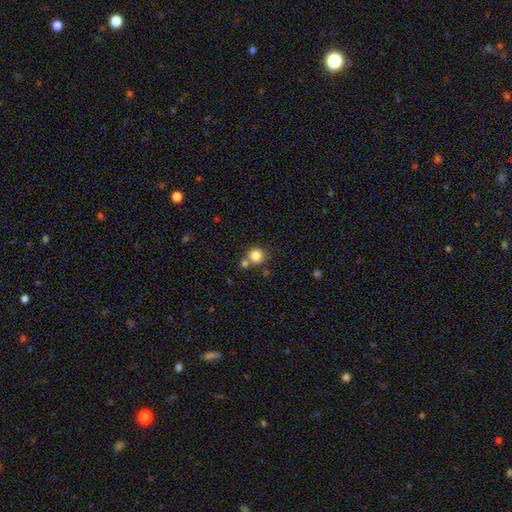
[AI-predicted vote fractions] This appears to be a smooth galaxy with no disk features (83%) that is round (92%). Merging: none (61%).